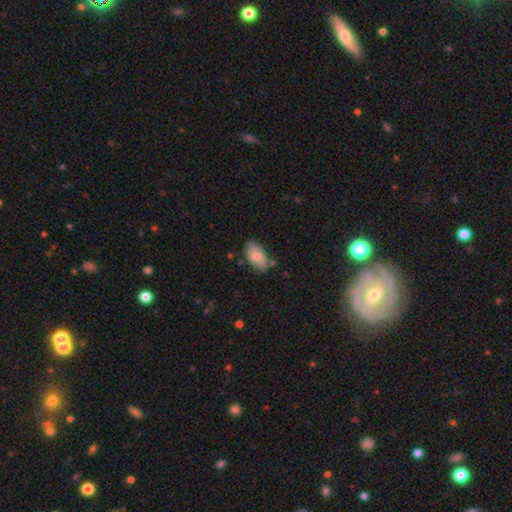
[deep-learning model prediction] A smooth galaxy with no disk features (75%) that is in between round and cigar-shaped (94%).

Vote fractions:
- Smooth or featured? smooth: 75% / featured or disk: 19% / star or artifact: 6%
- How rounded? in between: 94% / round: 4% / cigar-shaped: 2%
- Merging? none: 68% / minor disturbance: 23% / major disturbance: 5% / merger: 4%